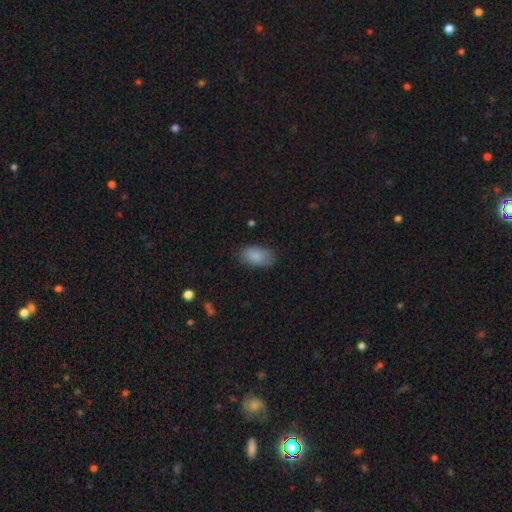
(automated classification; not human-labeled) Smooth or featured? smooth (86%)
How rounded? in between (93%)
Merging? none (77%)